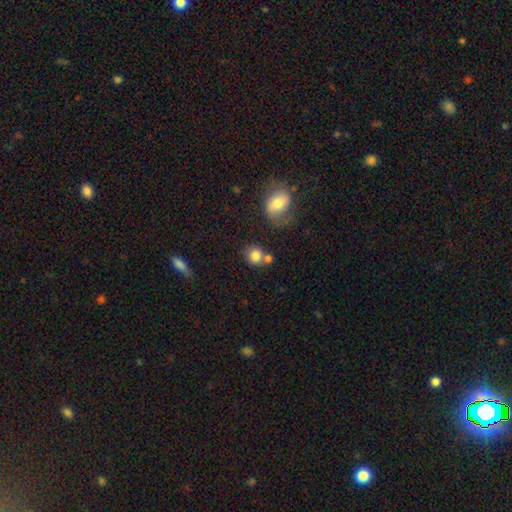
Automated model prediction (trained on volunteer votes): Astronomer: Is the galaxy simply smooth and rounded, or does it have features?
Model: smooth — 81%.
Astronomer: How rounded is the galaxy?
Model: round — 76%.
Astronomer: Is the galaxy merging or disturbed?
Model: none — 55%.